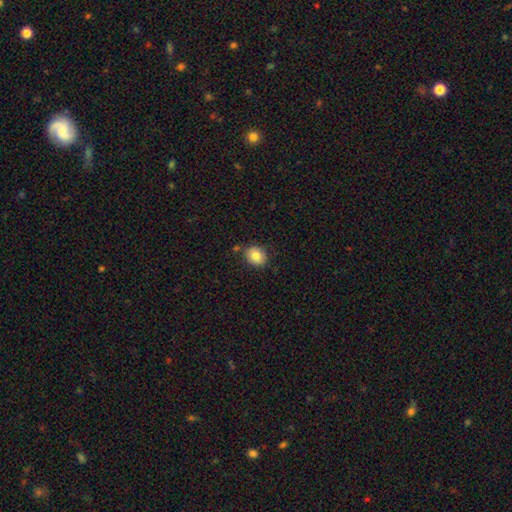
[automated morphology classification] This is clearly a smooth galaxy (82%). How rounded: likely round (61%). Merging: clearly none (80%).